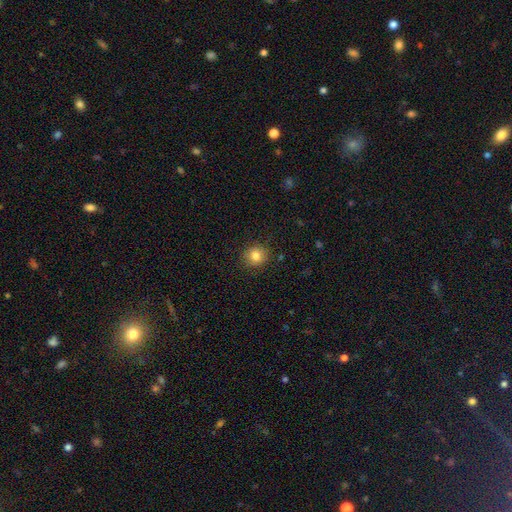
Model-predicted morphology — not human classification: smooth-or-featured: smooth: 82% | star or artifact: 11% | featured or disk: 7%
  how-rounded: round: 86% | in between: 13% | cigar-shaped: 1%
  merging: none: 87% | minor disturbance: 10% | major disturbance: 2% | merger: 1%